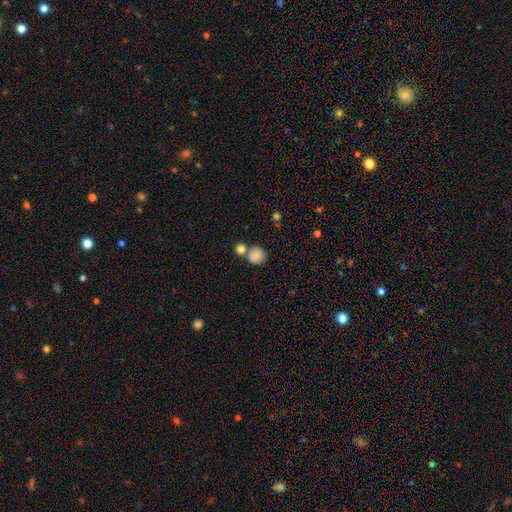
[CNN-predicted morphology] smooth-or-featured: smooth: 84% | star or artifact: 9% | featured or disk: 7%
  how-rounded: round: 87% | in between: 12% | cigar-shaped: 1%
  merging: none: 55% | merger: 29% | minor disturbance: 12% | major disturbance: 4%